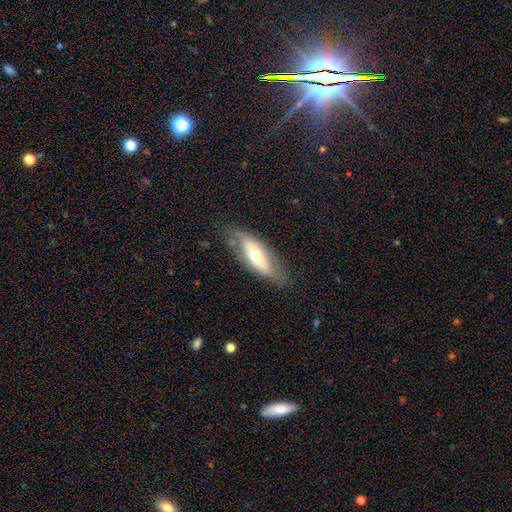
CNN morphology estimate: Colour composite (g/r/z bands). It shows a featured or disk galaxy (49%). Merging: none (69%).